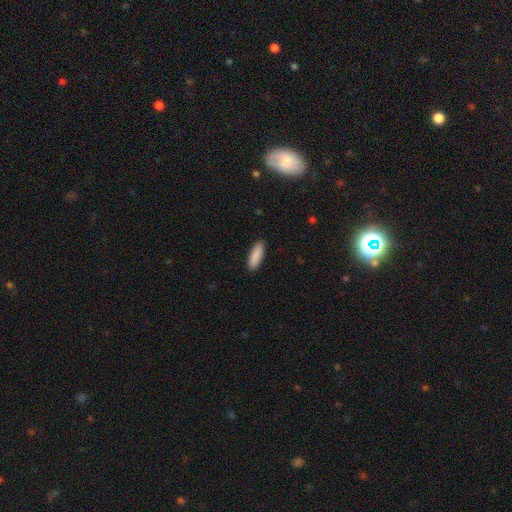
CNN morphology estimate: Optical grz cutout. It shows a smooth galaxy with no disk features (90%) that is in between round and cigar-shaped (56%). Merging: none (90%).